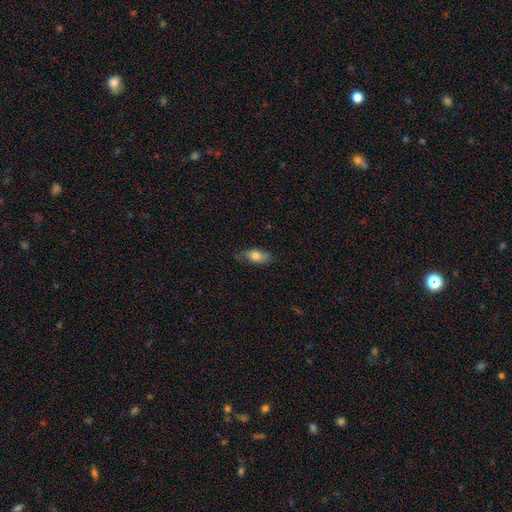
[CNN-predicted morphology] Q: Smooth or featured?
A: smooth (71%); runner-up: featured or disk (22%)
Q: How rounded?
A: in between (80%); runner-up: cigar-shaped (16%)
Q: Merging?
A: none (69%); runner-up: minor disturbance (24%)